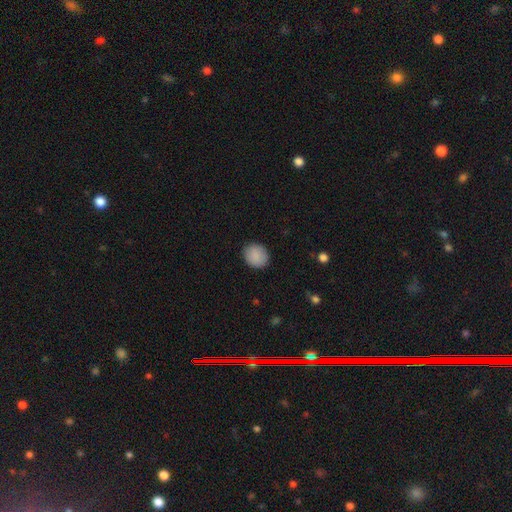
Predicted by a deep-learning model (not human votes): smooth 89%, star or artifact 7%, featured or disk 4%. Down the decision tree: how rounded — round (72%); merging — none (88%).